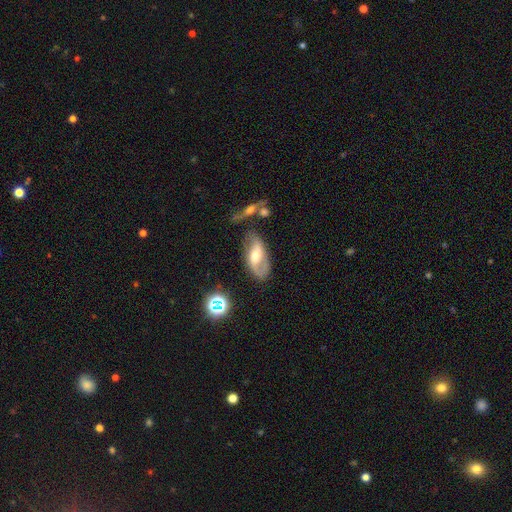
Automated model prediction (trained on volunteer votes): Smooth or featured?
  - featured or disk: 69% *
  - smooth: 22%
  - star or artifact: 8%
Edge-on disk?
  - no: 90% *
  - yes: 10%
Bar?
  - weak: 39% *
  - no: 33%
  - strong: 28%
Spiral arms?
  - yes: 83% *
  - no: 17%
Spiral winding?
  - loose: 50% *
  - medium: 35%
  - tight: 15%
Spiral arm count?
  - 2: 76% *
  - 1: 11%
  - can't tell: 10%
  - 3: 1%
  - 4: 1%
  - more than 4: 1%
Bulge size?
  - moderate: 66% *
  - small: 23%
  - large: 8%
  - none: 1%
  - dominant: 1%
Merging?
  - none: 66% *
  - minor disturbance: 20%
  - major disturbance: 9%
  - merger: 5%